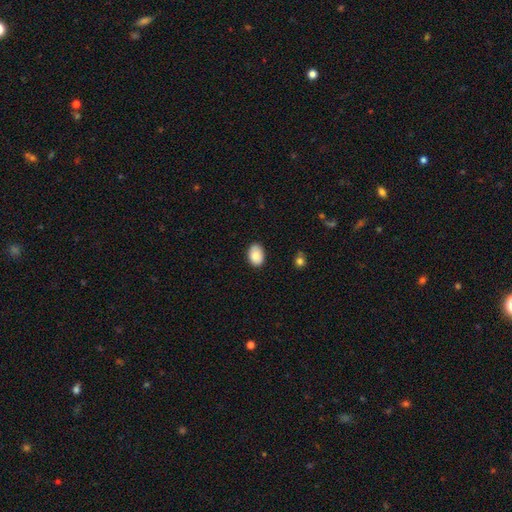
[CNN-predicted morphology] Overall: smooth (86%). How rounded: in between (84%). Merging: none (83%).